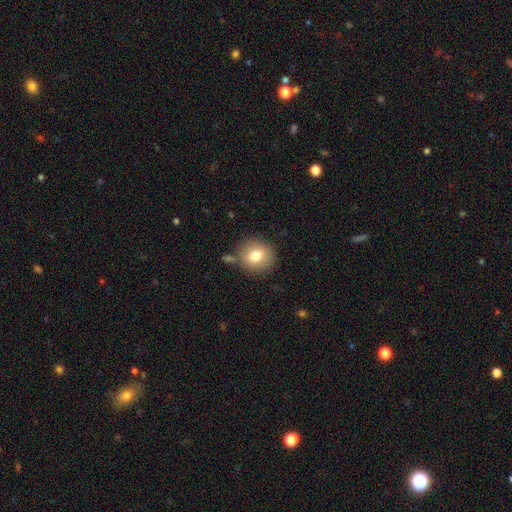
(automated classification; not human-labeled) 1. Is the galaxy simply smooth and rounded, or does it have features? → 79% smooth, 12% featured or disk, 10% star or artifact.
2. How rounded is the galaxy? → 89% round, 10% in between, 1% cigar-shaped.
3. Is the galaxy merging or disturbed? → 79% none, 11% minor disturbance, 7% merger, 3% major disturbance.